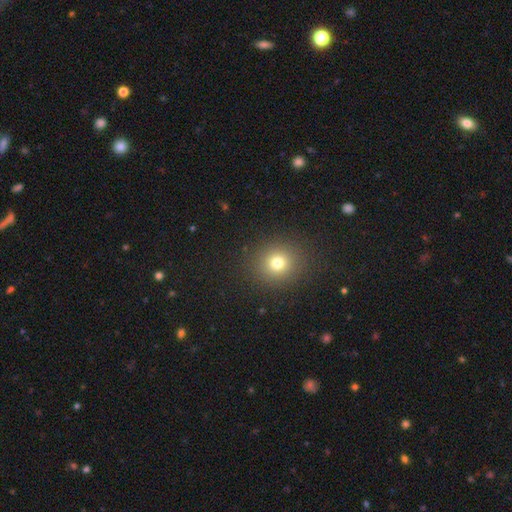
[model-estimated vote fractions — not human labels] Q: Smooth or featured?
A: smooth (69%); runner-up: star or artifact (25%)
Q: How rounded?
A: round (83%); runner-up: in between (16%)
Q: Merging?
A: none (92%); runner-up: minor disturbance (5%)